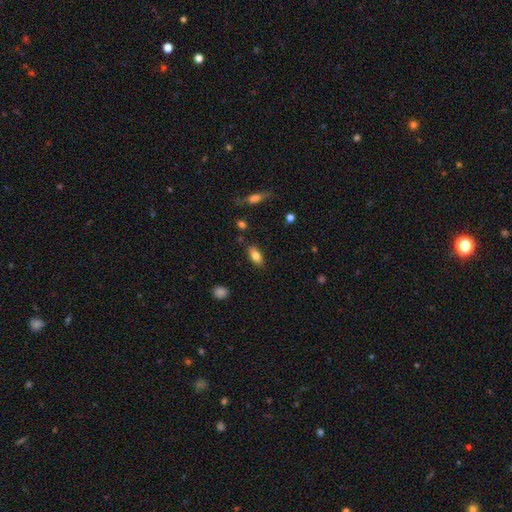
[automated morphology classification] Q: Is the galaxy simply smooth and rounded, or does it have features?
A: smooth — 78%.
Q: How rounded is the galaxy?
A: in between — 87%.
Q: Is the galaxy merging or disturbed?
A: none — 84%.